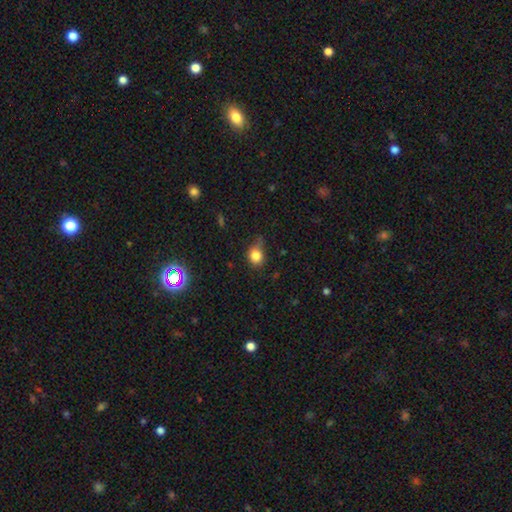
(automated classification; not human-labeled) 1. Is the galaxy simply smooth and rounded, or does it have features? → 81% smooth, 11% star or artifact, 7% featured or disk.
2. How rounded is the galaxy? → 63% round, 35% in between, 1% cigar-shaped.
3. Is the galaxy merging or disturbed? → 49% none, 37% minor disturbance, 11% major disturbance, 3% merger.